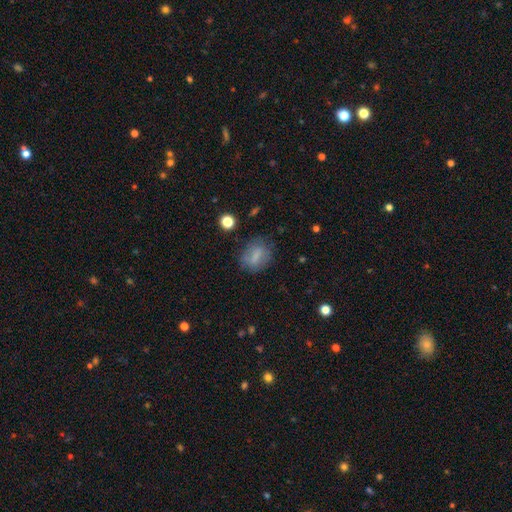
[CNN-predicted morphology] Smooth or featured? smooth (70%)
How rounded? in between (63%)
Merging? none (70%)